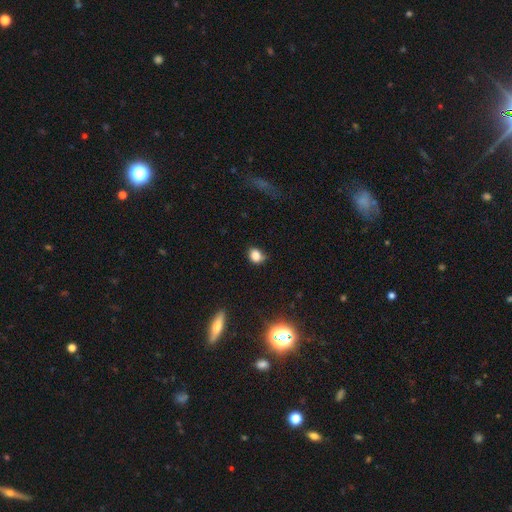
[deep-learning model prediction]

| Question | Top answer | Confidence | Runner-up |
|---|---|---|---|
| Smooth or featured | smooth | 82% | star or artifact (12%) |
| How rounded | round | 51% | in between (48%) |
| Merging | none | 57% | minor disturbance (31%) |